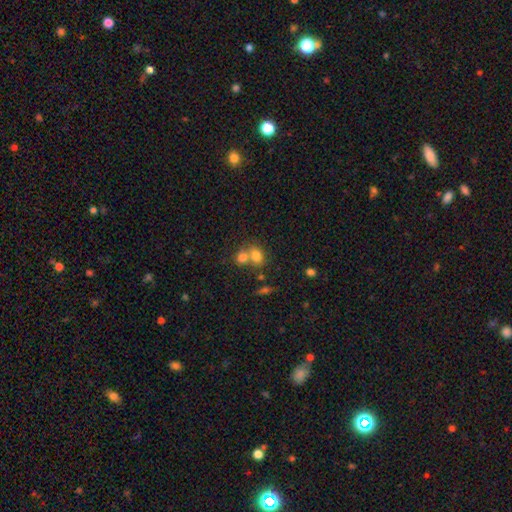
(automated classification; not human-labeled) This is likely a smooth galaxy (77%). How rounded: possibly round (50%). Merging: possibly merger (53%).